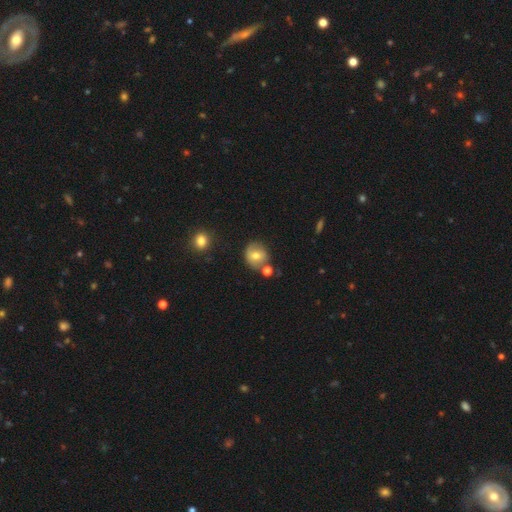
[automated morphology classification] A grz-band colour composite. It shows a smooth galaxy with no disk features (66%) that is round (78%). Merging: none (65%).